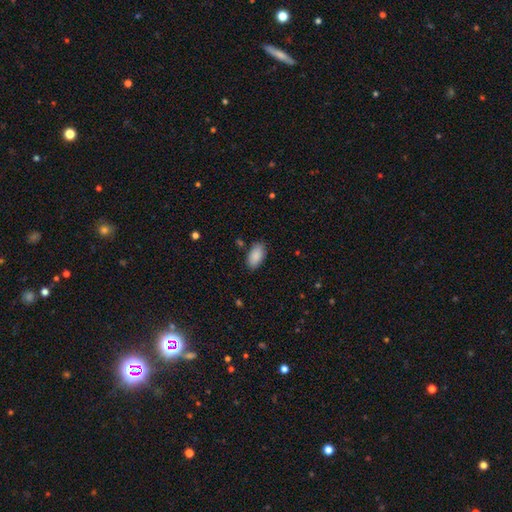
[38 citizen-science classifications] Smooth or featured? smooth (82%)
How rounded? in between (94%)
Merging? none (69%)